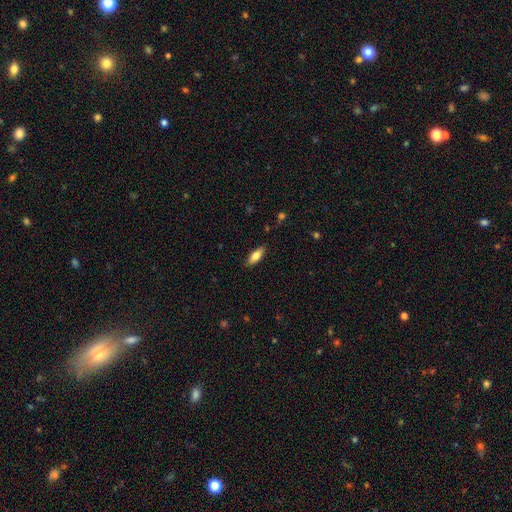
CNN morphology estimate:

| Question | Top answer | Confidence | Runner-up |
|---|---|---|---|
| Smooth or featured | smooth | 80% | featured or disk (14%) |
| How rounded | in between | 70% | cigar-shaped (28%) |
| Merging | none | 86% | minor disturbance (11%) |